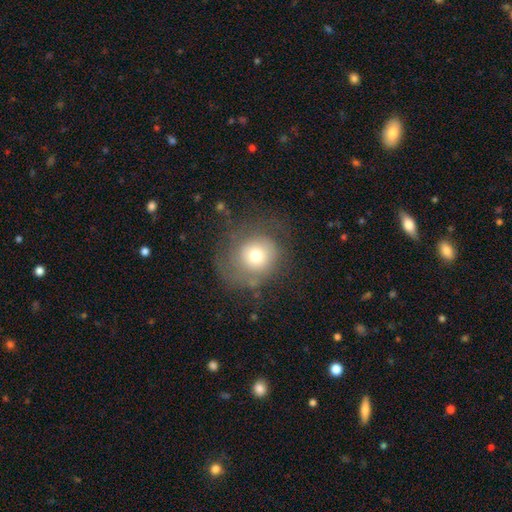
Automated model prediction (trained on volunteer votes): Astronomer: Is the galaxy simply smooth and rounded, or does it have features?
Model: smooth — 63%.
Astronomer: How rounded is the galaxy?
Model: round — 87%.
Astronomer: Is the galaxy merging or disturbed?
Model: none — 57%.